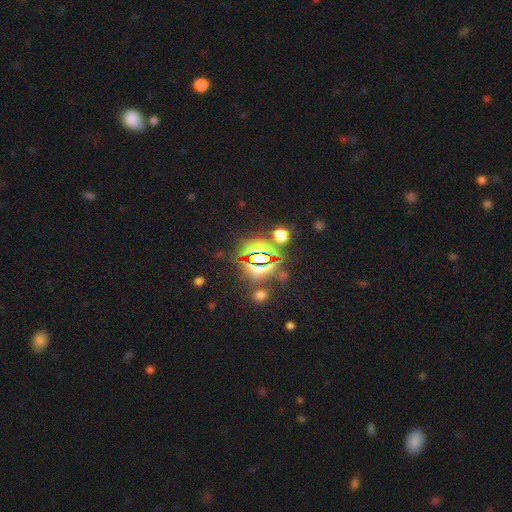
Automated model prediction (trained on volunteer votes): This is clearly a star or artifact rather than a galaxy (82%).